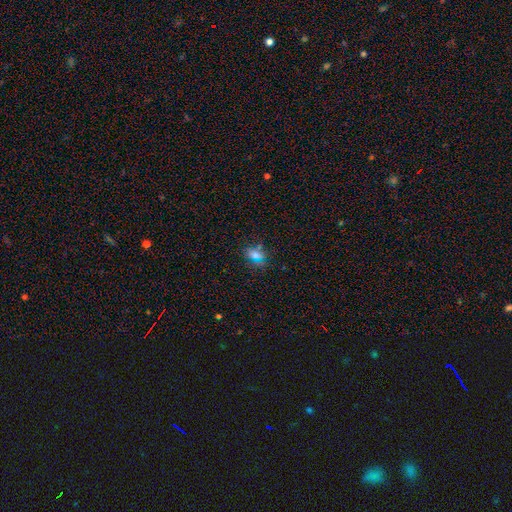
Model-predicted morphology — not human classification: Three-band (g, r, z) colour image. It shows a smooth galaxy with no disk features (63%) that is in between round and cigar-shaped (64%). Merging: none (80%).